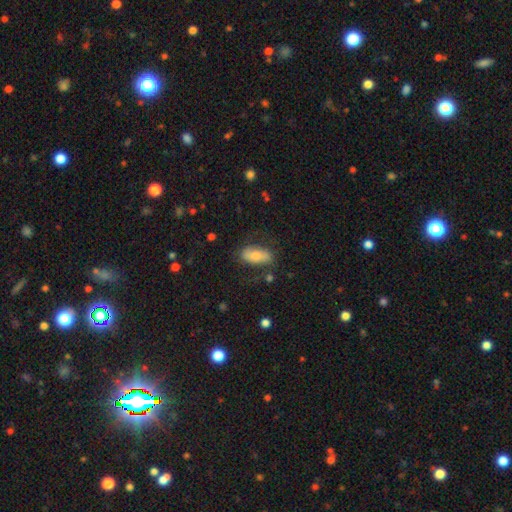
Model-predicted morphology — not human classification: Smooth or featured? smooth (63%)
How rounded? in between (84%)
Merging? none (75%)